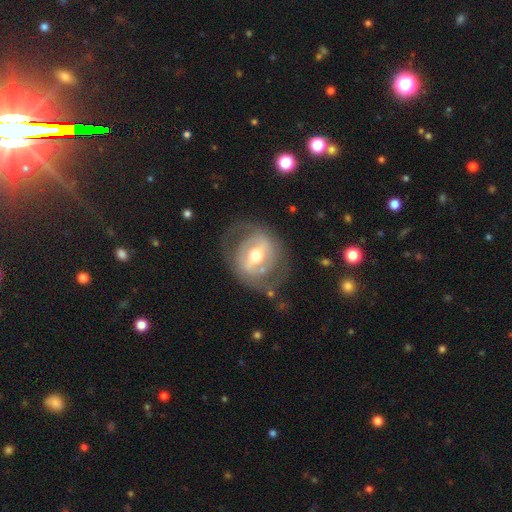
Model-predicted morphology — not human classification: featured or disk 72%, smooth 22%, star or artifact 5%. Down the decision tree: edge-on disk — no (95%); bar — strong (46%); spiral arms — no (56%); bulge size — moderate (72%); merging — none (68%).